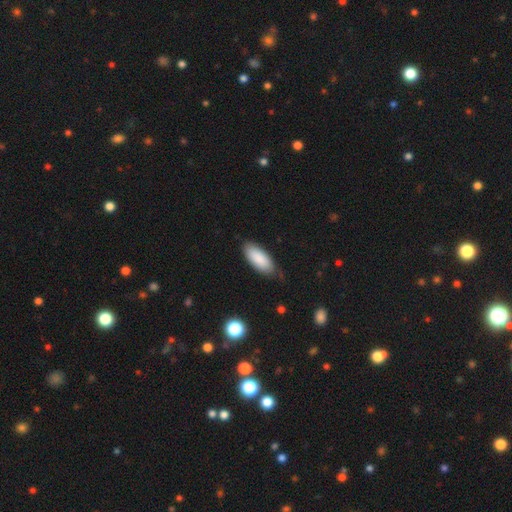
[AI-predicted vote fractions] Smooth or featured: smooth — 87% (featured or disk — 7%)
How rounded: in between — 84% (cigar-shaped — 14%)
Merging: none — 76% (minor disturbance — 19%)